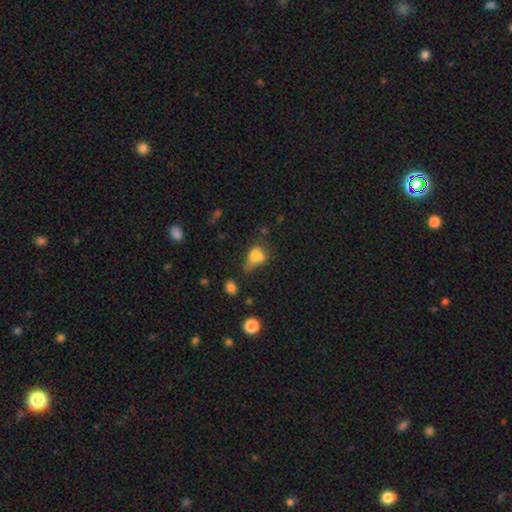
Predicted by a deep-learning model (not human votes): Morphology: type=smooth (73%); roundness=in between (62%); merging=minor disturbance (27%, tied with none).